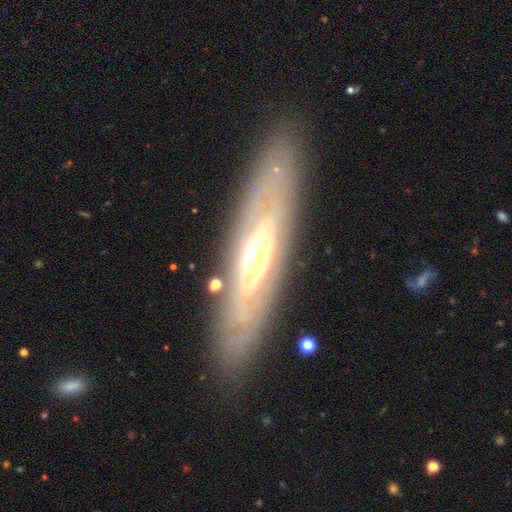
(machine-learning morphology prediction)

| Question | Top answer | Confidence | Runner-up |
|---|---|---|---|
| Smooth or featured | featured or disk | 76% | smooth (18%) |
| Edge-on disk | no | 59% | yes (41%) |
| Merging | none | 84% | minor disturbance (11%) |